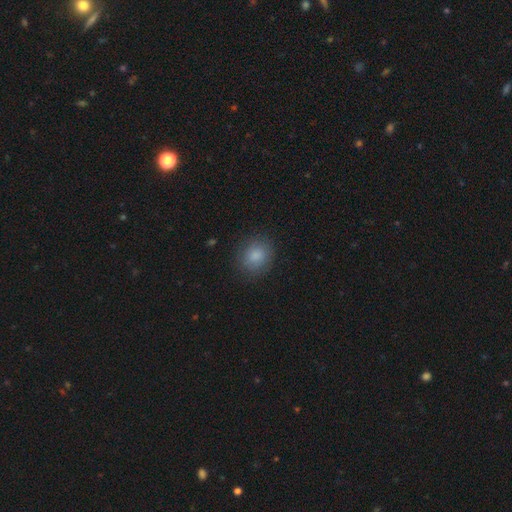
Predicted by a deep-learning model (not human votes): Overall: smooth (85%). How rounded: round (74%). Merging: none (85%).